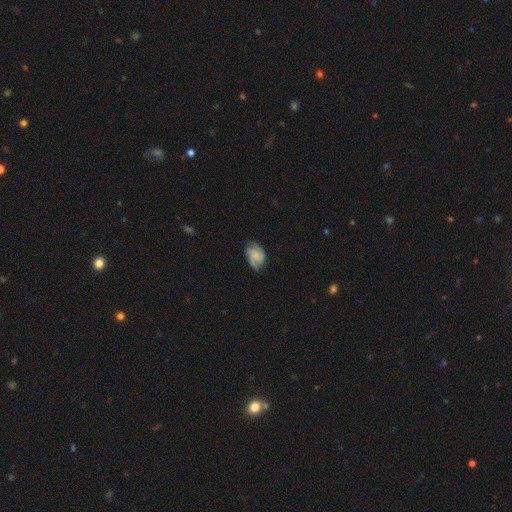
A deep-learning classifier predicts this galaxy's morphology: The model was most divided on "bulge size": small: 38%, none: 35%, moderate: 21%, large: 4%, dominant: 2%. More confident: edge-on disk — no (97%); spiral arms — yes (90%); merging — none (65%); bar — no (64%); smooth or featured — featured or disk (56%).